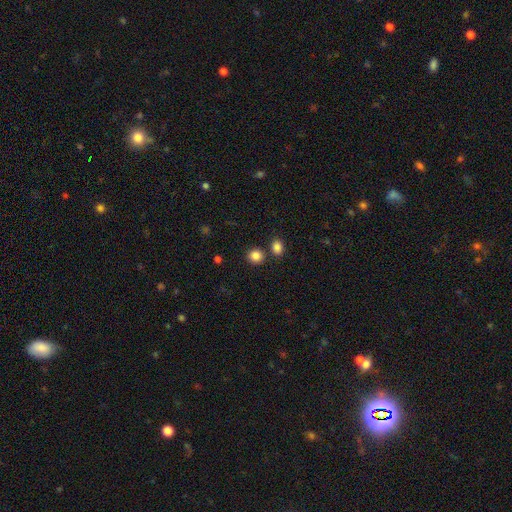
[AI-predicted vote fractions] A smooth galaxy with no disk features (86%) that is round (86%).

Vote fractions:
- Smooth or featured? smooth: 86% / star or artifact: 10% / featured or disk: 4%
- How rounded? round: 86% / in between: 13% / cigar-shaped: 1%
- Merging? none: 79% / merger: 11% / minor disturbance: 7% / major disturbance: 2%